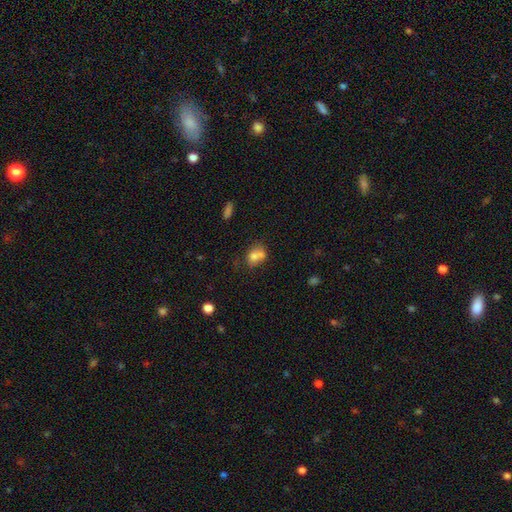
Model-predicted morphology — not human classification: This appears to be a smooth galaxy with no disk features (72%) that is round (51%). Merging: merger (56%).